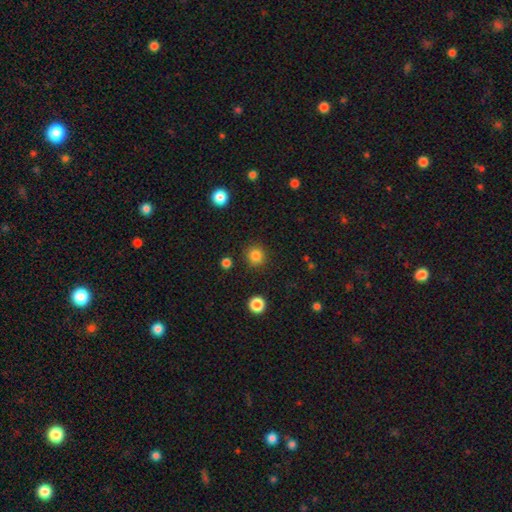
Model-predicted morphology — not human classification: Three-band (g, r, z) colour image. It shows a smooth galaxy with no disk features (84%) that is round (93%). Merging: none (89%).